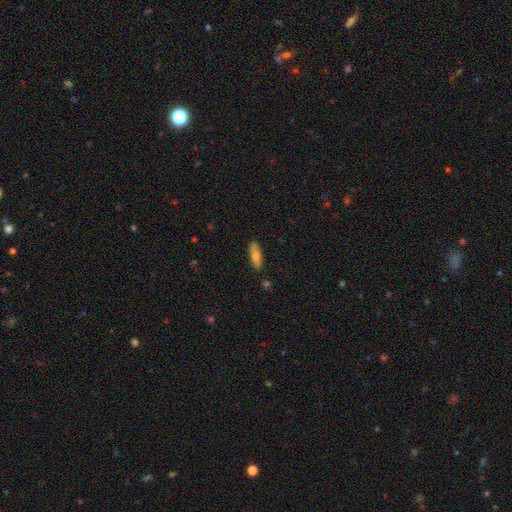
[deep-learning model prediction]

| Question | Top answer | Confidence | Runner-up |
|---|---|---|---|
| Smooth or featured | smooth | 67% | featured or disk (27%) |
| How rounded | in between | 52% | cigar-shaped (45%) |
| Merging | none | 86% | minor disturbance (10%) |